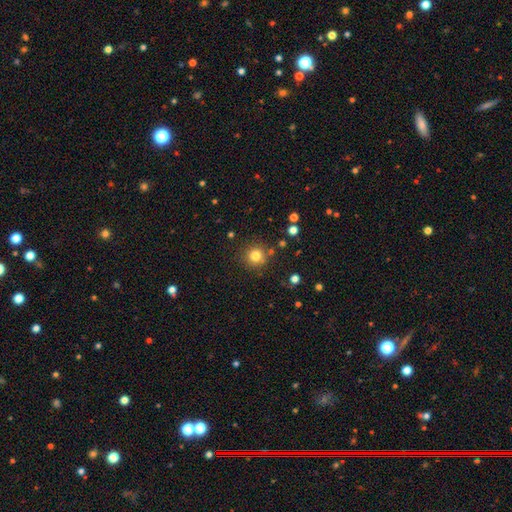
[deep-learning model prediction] smooth-or-featured: smooth: 80% | star or artifact: 14% | featured or disk: 6%
  how-rounded: round: 95% | in between: 5% | cigar-shaped: 1%
  merging: none: 85% | minor disturbance: 8% | merger: 5% | major disturbance: 3%